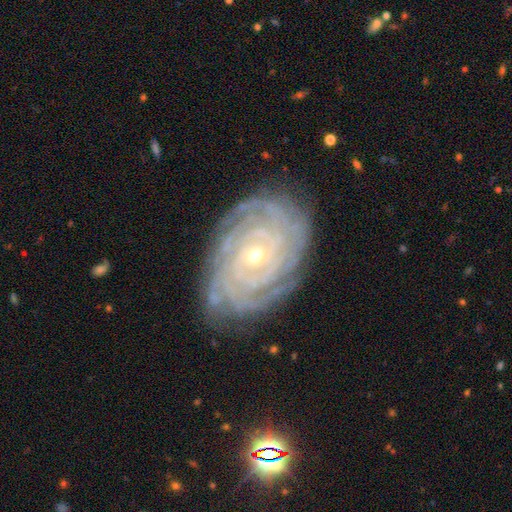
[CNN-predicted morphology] Smooth or featured? Predicted: featured or disk (p=0.91). Edge-on disk? Predicted: no (p=0.97). Bar? Predicted: no (p=0.72). Spiral arms? Predicted: yes (p=0.98). Spiral winding? Predicted: tight (p=0.87). Spiral arm count? Predicted: more than 4 (p=0.23, tied with 4). Bulge size? Predicted: small (p=0.76). Merging? Predicted: none (p=0.81).